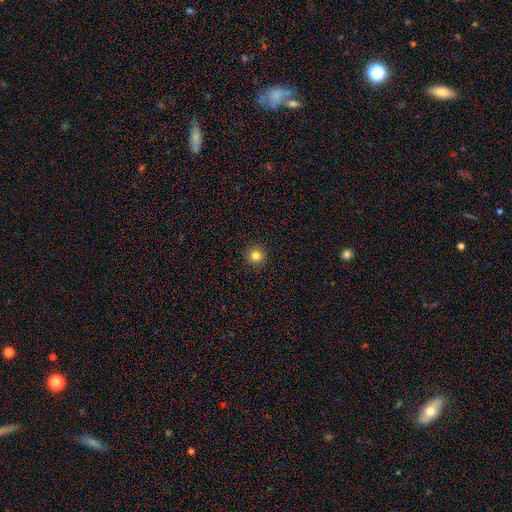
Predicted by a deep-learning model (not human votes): smooth 83%, star or artifact 12%, featured or disk 5%. Down the decision tree: how rounded — round (95%); merging — none (92%).